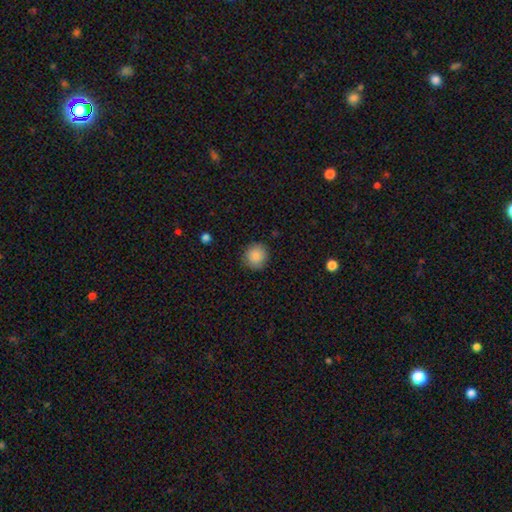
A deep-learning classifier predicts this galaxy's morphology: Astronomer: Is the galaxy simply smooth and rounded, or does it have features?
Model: smooth — 87%.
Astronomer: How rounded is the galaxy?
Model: round — 91%.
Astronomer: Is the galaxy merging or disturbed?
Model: none — 88%.